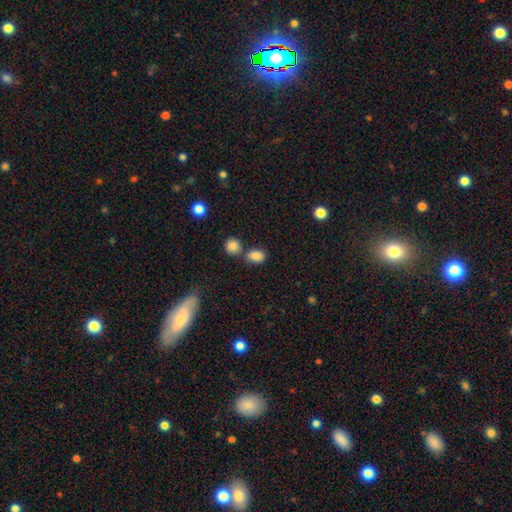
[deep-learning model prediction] smooth_or_featured: smooth (p=0.84) [alt: star or artifact p=0.10]
how_rounded: in between (p=0.75) [alt: round p=0.24]
merging: none (p=0.60) [alt: merger p=0.25]